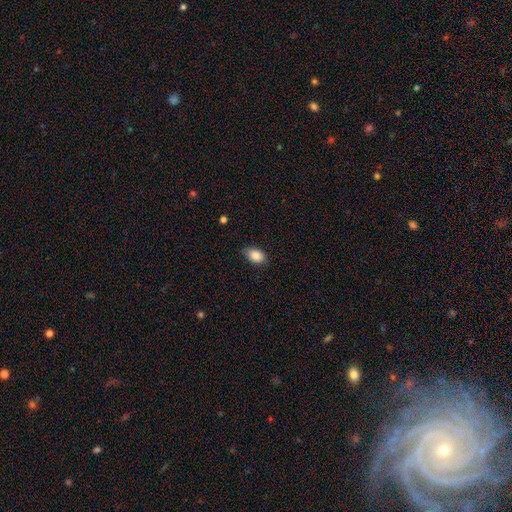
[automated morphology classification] smooth 86%, star or artifact 8%, featured or disk 6%. Down the decision tree: how rounded — in between (86%); merging — none (74%).